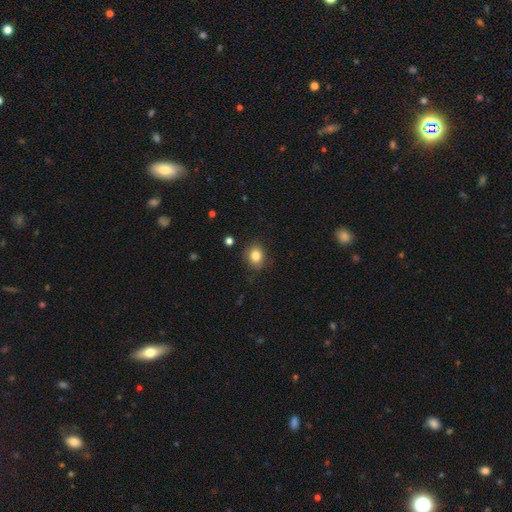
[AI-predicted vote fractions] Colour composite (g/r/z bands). It shows a smooth galaxy with no disk features (83%) that is round (59%). Merging: none (83%).